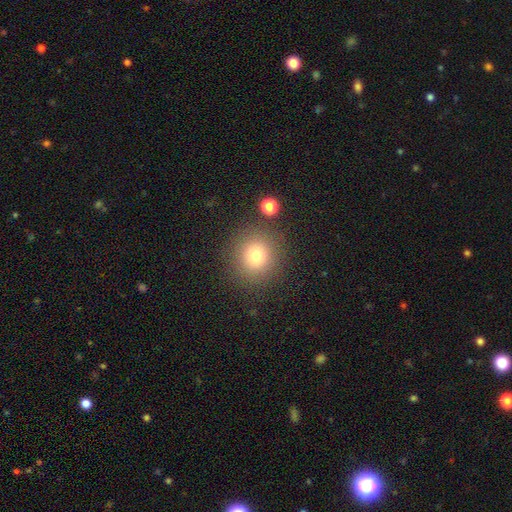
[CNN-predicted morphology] Overall: smooth (77%). How rounded: round (89%). Merging: none (84%).